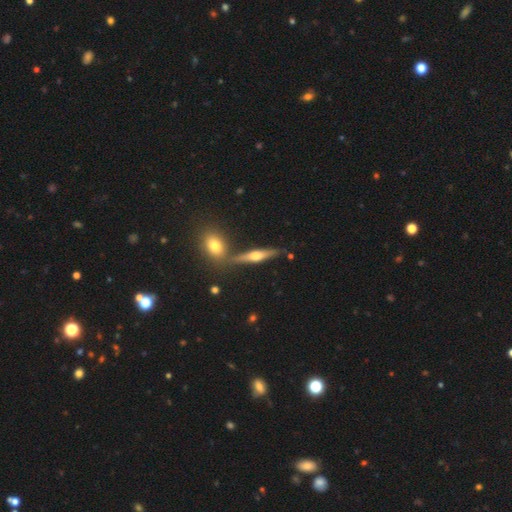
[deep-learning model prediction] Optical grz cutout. It shows a featured or disk galaxy (62%) viewed edge-on (94%) with a rounded central bulge (91%). Merging: none (75%).